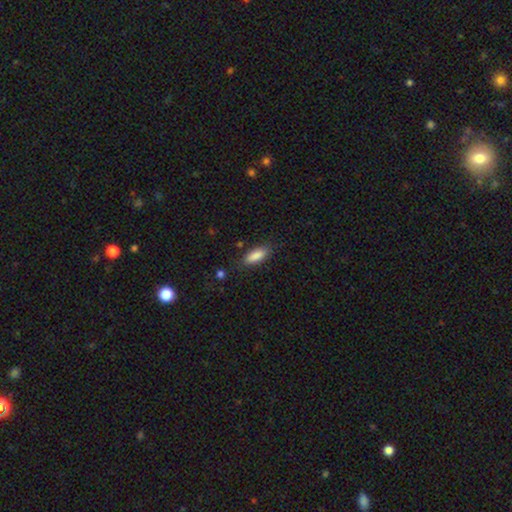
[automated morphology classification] Smooth or featured? Predicted: smooth (p=0.87). How rounded? Predicted: in between (p=0.71). Merging? Predicted: none (p=0.82).